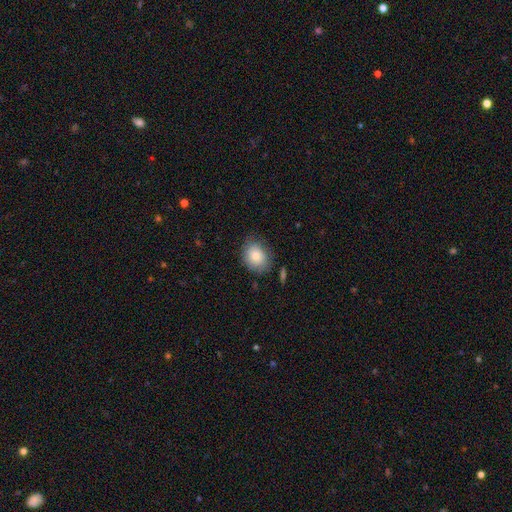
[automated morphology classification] Smooth or featured? smooth (77%)
How rounded? round (53%)
Merging? none (74%)